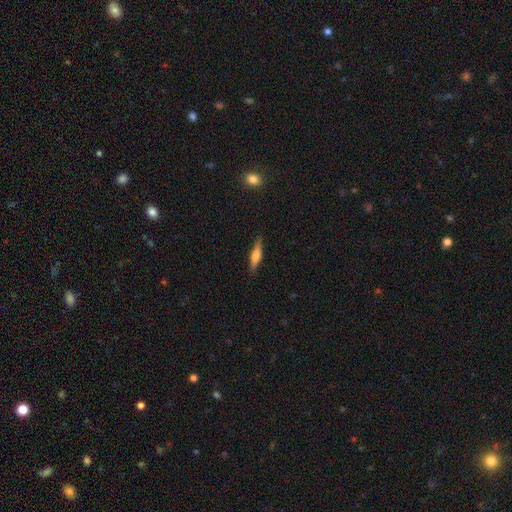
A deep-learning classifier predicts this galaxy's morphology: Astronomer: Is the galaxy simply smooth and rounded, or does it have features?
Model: smooth — 48% (runner-up: featured or disk, 45%).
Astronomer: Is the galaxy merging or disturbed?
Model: none — 86%.